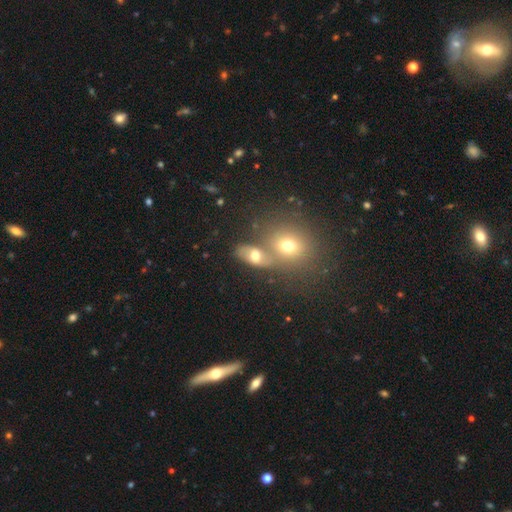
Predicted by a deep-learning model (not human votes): A smooth galaxy with no disk features (60%) that is in between round and cigar-shaped (68%).

Vote fractions:
- Smooth or featured? smooth: 60% / featured or disk: 25% / star or artifact: 15%
- How rounded? in between: 68% / round: 28% / cigar-shaped: 4%
- Merging? merger: 42% / none: 41% / minor disturbance: 11% / major disturbance: 6%